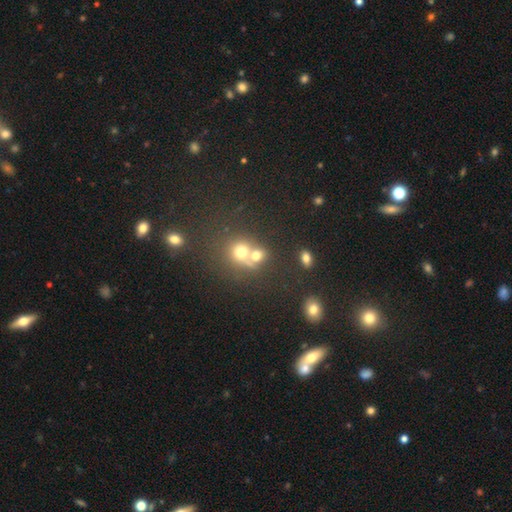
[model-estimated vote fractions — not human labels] The model was most divided on "merging": merger: 55%, none: 33%, minor disturbance: 7%, major disturbance: 5%. More confident: how rounded — round (70%); smooth or featured — smooth (67%).